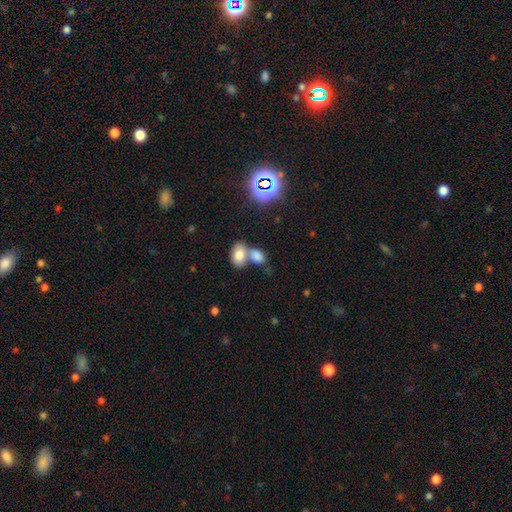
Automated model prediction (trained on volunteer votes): Morphology: type=smooth (71%); roundness=in between (84%); merging=merger (54%).